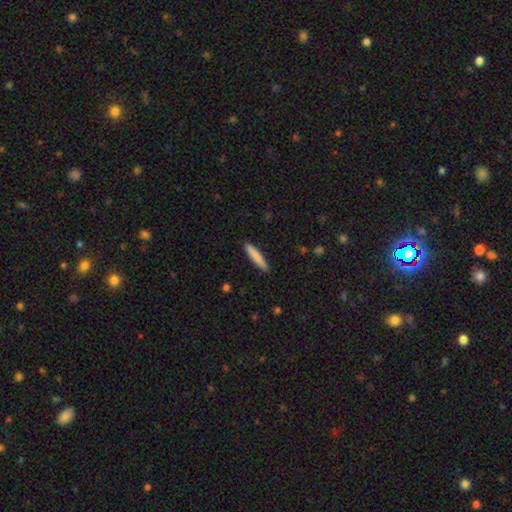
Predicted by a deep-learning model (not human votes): smooth 82%, featured or disk 12%, star or artifact 6%. Down the decision tree: how rounded — cigar-shaped (92%); merging — none (90%).